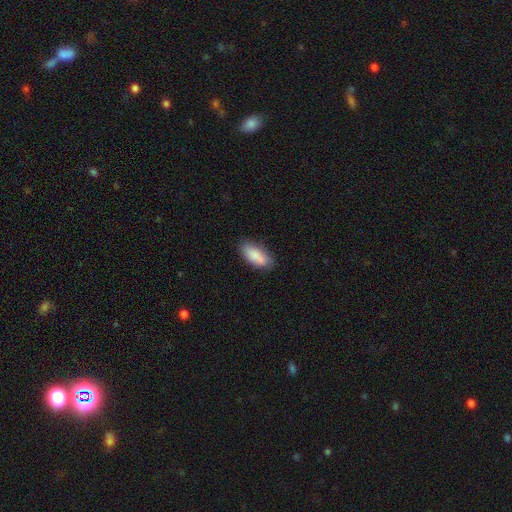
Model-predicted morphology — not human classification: Smooth or featured?
  - smooth: 84% *
  - featured or disk: 9%
  - star or artifact: 7%
How rounded?
  - in between: 82% *
  - cigar-shaped: 16%
  - round: 2%
Merging?
  - none: 74% *
  - minor disturbance: 18%
  - merger: 4%
  - major disturbance: 4%